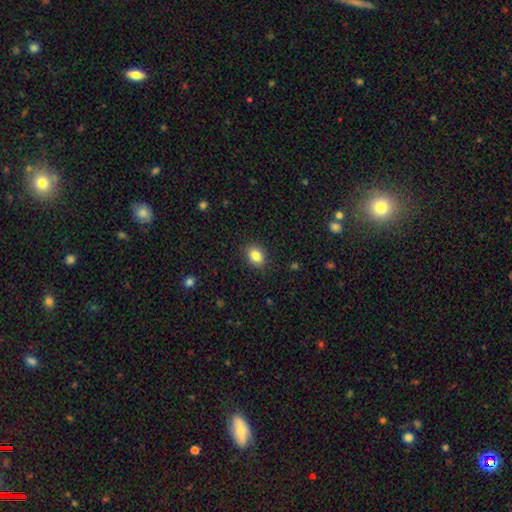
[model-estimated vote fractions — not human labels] Q: Smooth or featured?
A: smooth (84%); runner-up: star or artifact (10%)
Q: How rounded?
A: in between (58%); runner-up: round (41%)
Q: Merging?
A: none (89%); runner-up: minor disturbance (8%)